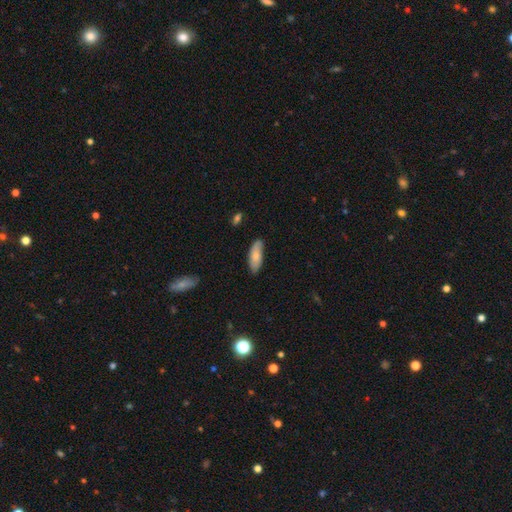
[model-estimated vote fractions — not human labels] smooth-or-featured: smooth: 75% | featured or disk: 20% | star or artifact: 6%
  how-rounded: in between: 71% | cigar-shaped: 27% | round: 2%
  merging: none: 79% | minor disturbance: 17% | major disturbance: 3% | merger: 2%